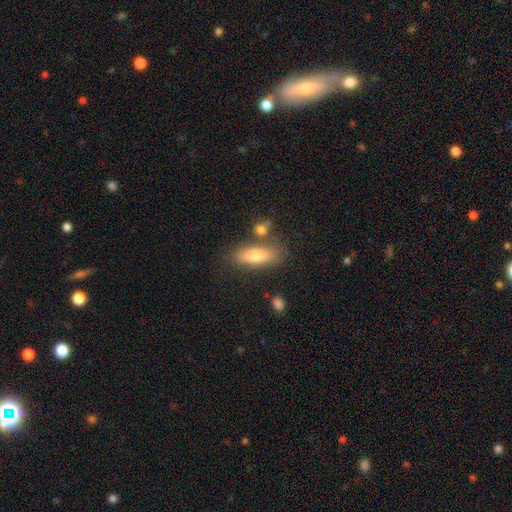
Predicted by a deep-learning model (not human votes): This is likely a smooth galaxy (73%). How rounded: possibly in between (59%). Merging: likely none (71%).